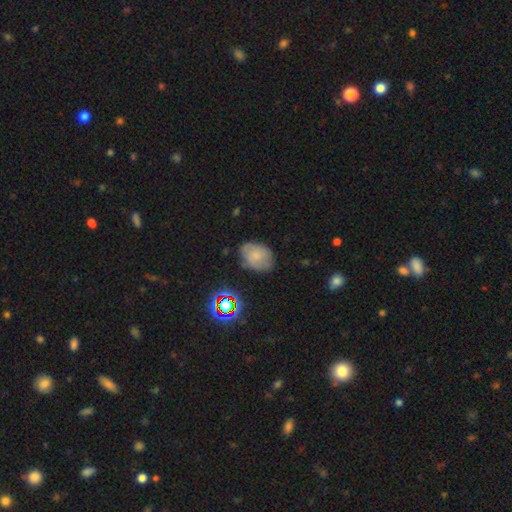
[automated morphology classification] A smooth galaxy with no disk features (59%) that is in between round and cigar-shaped (74%).

Vote fractions:
- Smooth or featured? smooth: 59% / featured or disk: 28% / star or artifact: 13%
- How rounded? in between: 74% / round: 25% / cigar-shaped: 1%
- Merging? none: 69% / minor disturbance: 23% / major disturbance: 6% / merger: 2%